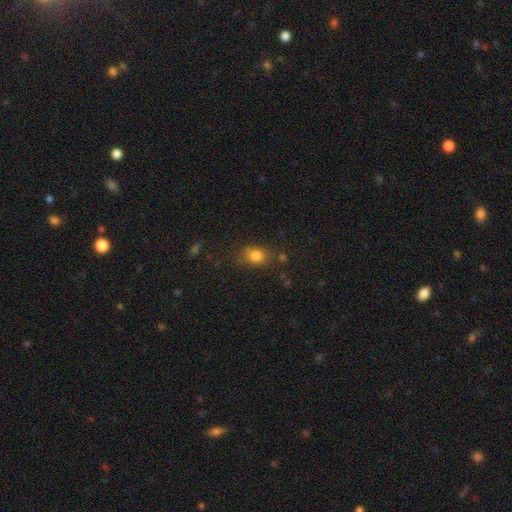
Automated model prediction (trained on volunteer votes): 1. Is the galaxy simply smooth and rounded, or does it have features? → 80% smooth, 12% star or artifact, 8% featured or disk.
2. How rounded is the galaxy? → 53% round, 46% in between, 2% cigar-shaped.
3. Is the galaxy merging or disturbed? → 67% none, 20% minor disturbance, 7% major disturbance, 6% merger.